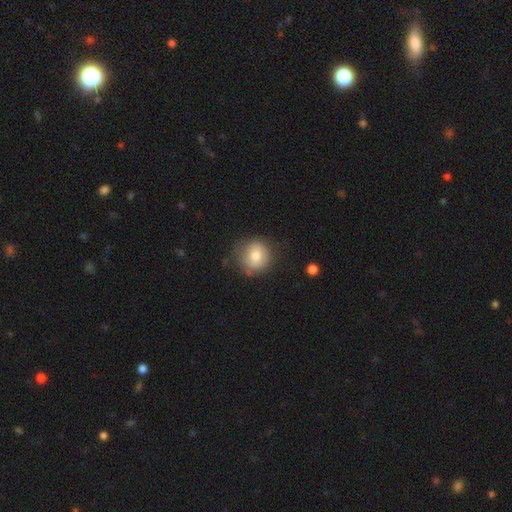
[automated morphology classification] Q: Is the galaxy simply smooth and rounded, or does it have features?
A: smooth — 73%.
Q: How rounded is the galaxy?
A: round — 84%.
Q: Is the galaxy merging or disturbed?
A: none — 71%.